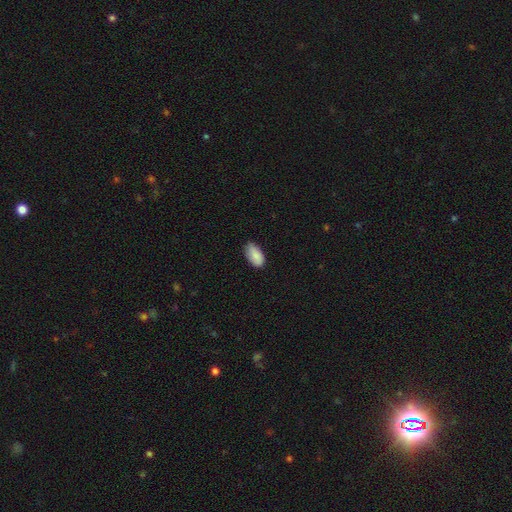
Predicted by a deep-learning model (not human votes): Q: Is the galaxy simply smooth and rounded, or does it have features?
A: smooth — 87%.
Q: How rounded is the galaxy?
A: in between — 95%.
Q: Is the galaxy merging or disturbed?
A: none — 76%.